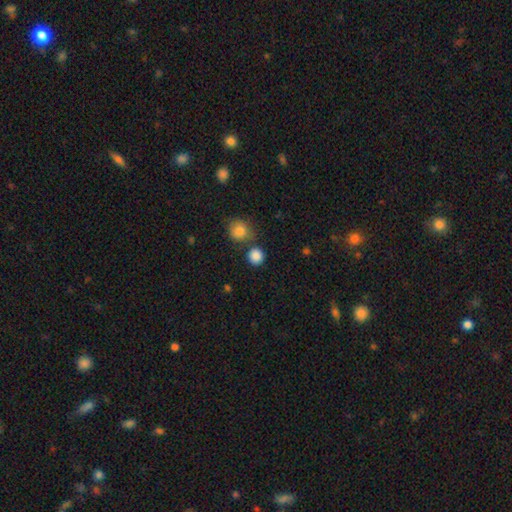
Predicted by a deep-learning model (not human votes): Q: Smooth or featured?
A: smooth (86%); runner-up: star or artifact (10%)
Q: How rounded?
A: round (90%); runner-up: in between (9%)
Q: Merging?
A: none (72%); runner-up: merger (16%)